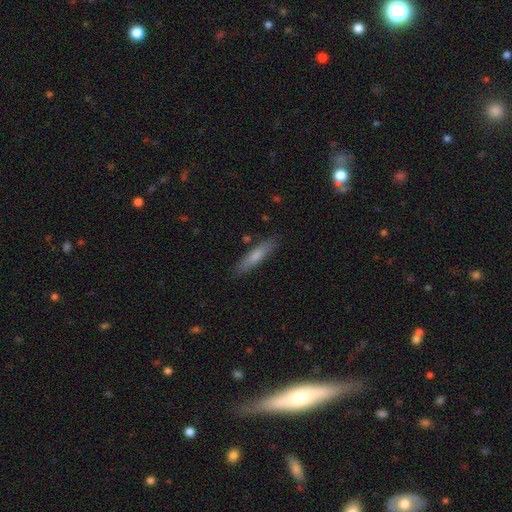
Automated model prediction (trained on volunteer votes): The model was most divided on "smooth or featured": smooth: 72%, featured or disk: 22%, star or artifact: 6%. More confident: merging — none (85%); how rounded — cigar-shaped (82%).